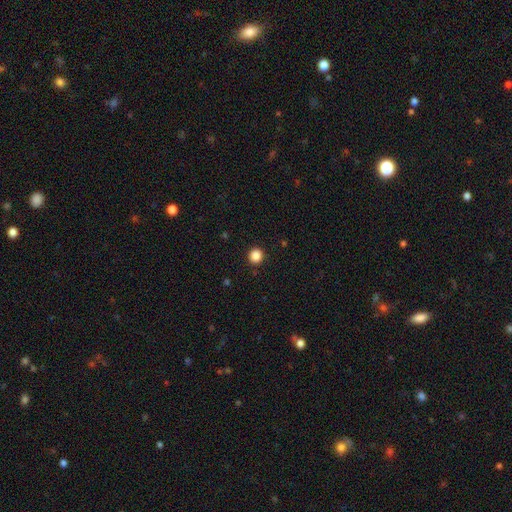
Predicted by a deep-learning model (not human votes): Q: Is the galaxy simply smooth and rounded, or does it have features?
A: smooth — 86%.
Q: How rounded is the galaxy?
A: round — 92%.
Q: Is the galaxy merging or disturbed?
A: none — 93%.